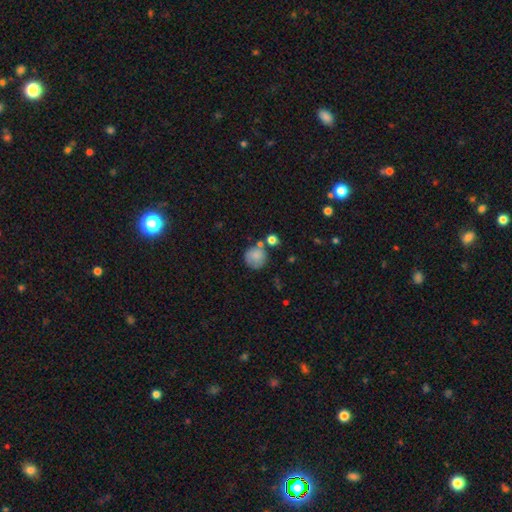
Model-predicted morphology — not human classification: The model was most divided on "merging": none: 66%, minor disturbance: 16%, merger: 13%, major disturbance: 5%. More confident: how rounded — round (90%); smooth or featured — smooth (83%).